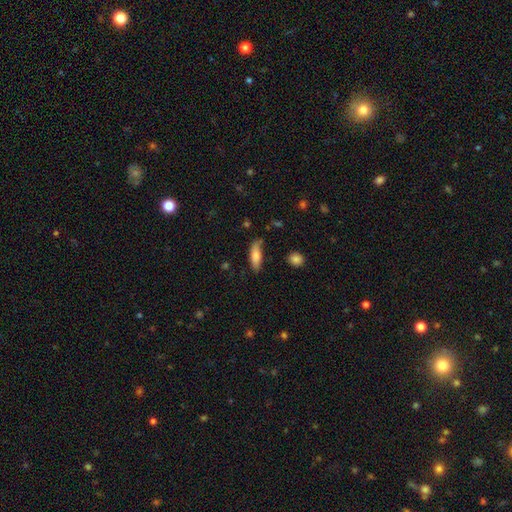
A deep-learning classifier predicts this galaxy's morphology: A smooth galaxy with no disk features (79%) that is in between round and cigar-shaped (61%).

Vote fractions:
- Smooth or featured? smooth: 79% / featured or disk: 15% / star or artifact: 6%
- How rounded? in between: 61% / cigar-shaped: 37% / round: 2%
- Merging? none: 65% / minor disturbance: 26% / major disturbance: 6% / merger: 3%